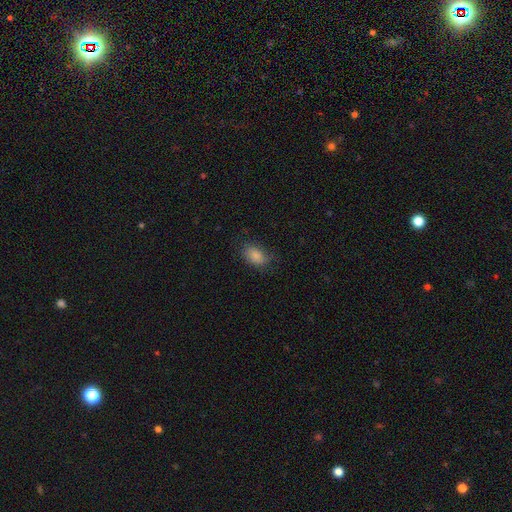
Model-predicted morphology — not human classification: Smooth or featured: smooth — 86% (star or artifact — 8%)
How rounded: in between — 86% (round — 13%)
Merging: none — 72% (minor disturbance — 20%)